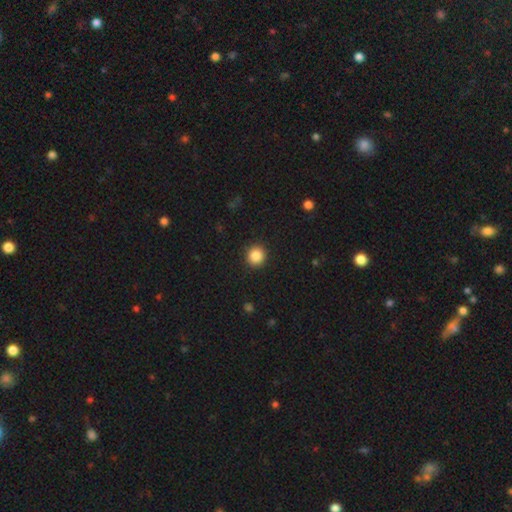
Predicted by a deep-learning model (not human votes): This is clearly a smooth galaxy (87%). How rounded: clearly round (93%). Merging: clearly none (92%).